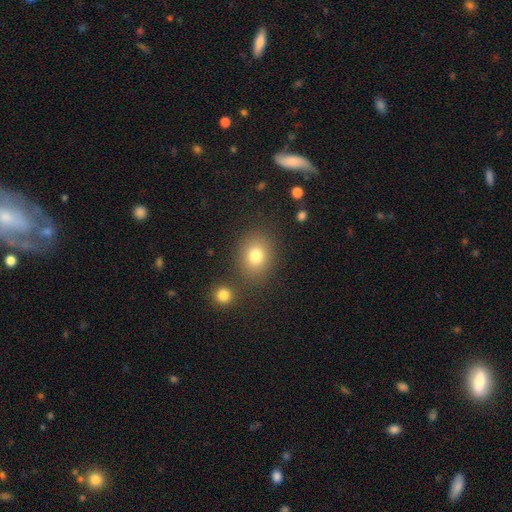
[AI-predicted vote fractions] Smooth or featured?
  - smooth: 79% *
  - star or artifact: 12%
  - featured or disk: 9%
How rounded?
  - round: 56% *
  - in between: 43%
  - cigar-shaped: 1%
Merging?
  - none: 79% *
  - minor disturbance: 10%
  - merger: 7%
  - major disturbance: 4%